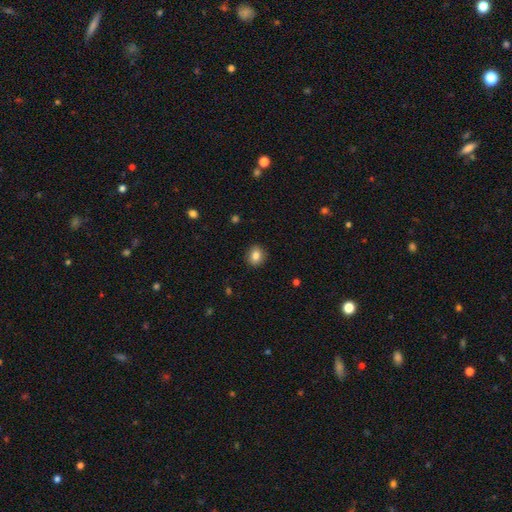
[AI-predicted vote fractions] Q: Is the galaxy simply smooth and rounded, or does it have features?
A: smooth — 84%.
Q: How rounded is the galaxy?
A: round — 70%.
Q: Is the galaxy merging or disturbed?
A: none — 89%.